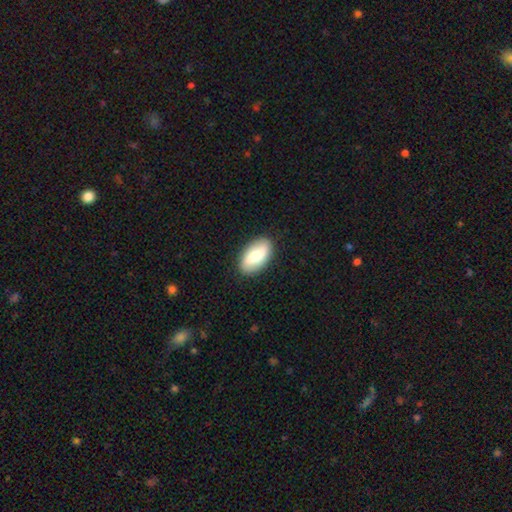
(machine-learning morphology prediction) The model was most divided on "smooth or featured": smooth: 63%, featured or disk: 31%, star or artifact: 6%. More confident: how rounded — in between (93%); merging — none (88%).